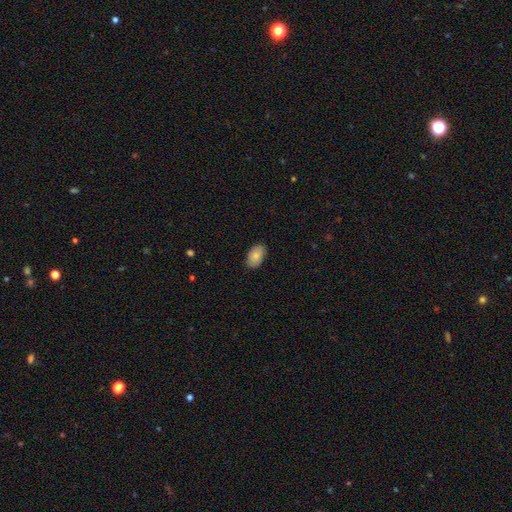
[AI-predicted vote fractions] Q: Smooth or featured?
A: smooth (84%); runner-up: featured or disk (10%)
Q: How rounded?
A: in between (93%); runner-up: round (6%)
Q: Merging?
A: none (86%); runner-up: minor disturbance (11%)